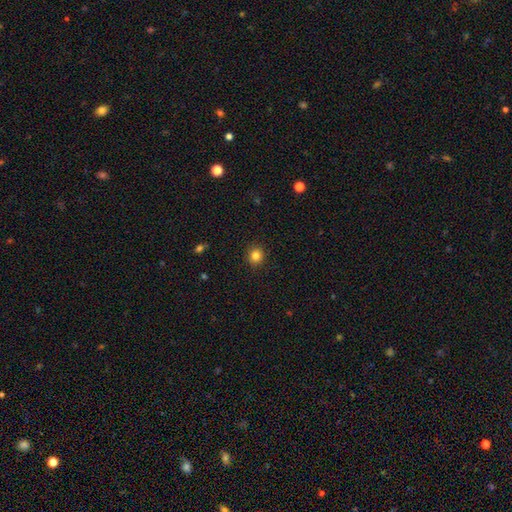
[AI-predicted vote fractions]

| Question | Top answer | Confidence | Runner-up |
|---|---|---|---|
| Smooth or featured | smooth | 83% | star or artifact (12%) |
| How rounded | round | 90% | in between (9%) |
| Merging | none | 91% | minor disturbance (6%) |